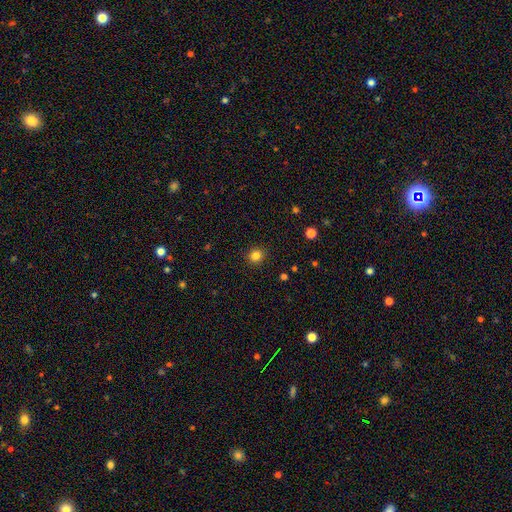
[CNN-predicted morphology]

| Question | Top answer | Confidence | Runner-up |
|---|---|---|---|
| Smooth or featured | smooth | 82% | star or artifact (13%) |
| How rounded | round | 89% | in between (10%) |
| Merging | none | 91% | minor disturbance (6%) |